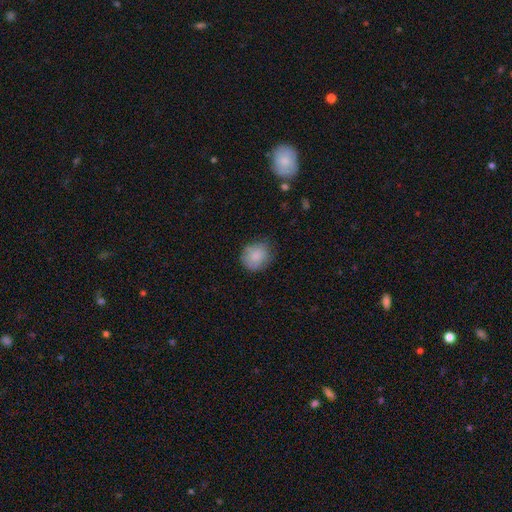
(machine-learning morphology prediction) Smooth or featured? smooth (86%)
How rounded? round (77%)
Merging? none (72%)